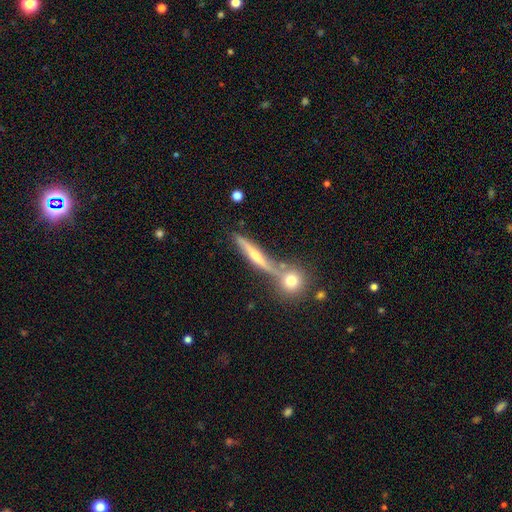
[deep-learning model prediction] Q: Smooth or featured?
A: featured or disk (64%); runner-up: smooth (27%)
Q: Edge-on disk?
A: yes (89%); runner-up: no (11%)
Q: Edge-on bulge?
A: rounded (67%); runner-up: none (26%)
Q: Merging?
A: none (66%); runner-up: merger (17%)